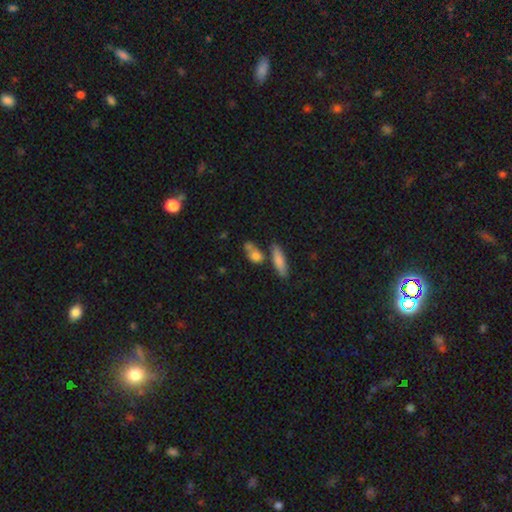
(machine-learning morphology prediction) Smooth or featured? Predicted: smooth (p=0.77). How rounded? Predicted: in between (p=0.46). Merging? Predicted: none (p=0.52).